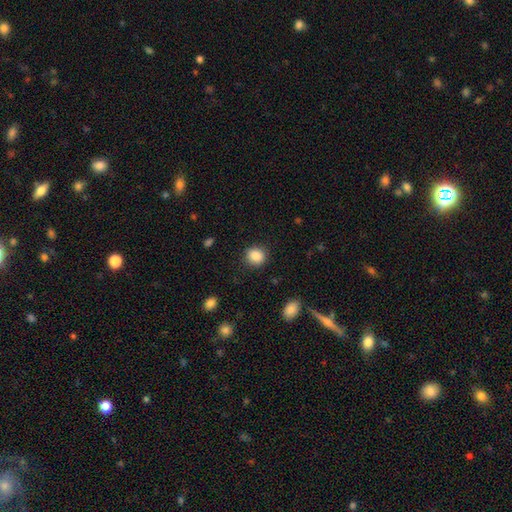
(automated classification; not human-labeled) Overall: smooth (87%). How rounded: round (77%). Merging: none (88%).